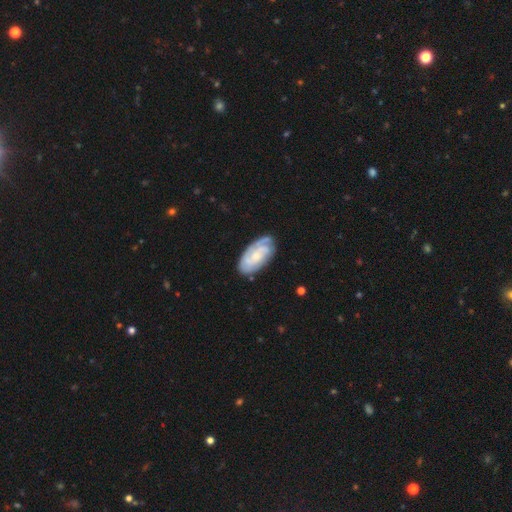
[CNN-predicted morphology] The model was most divided on "spiral arm count": can't tell: 35%, 3: 24%, 2: 23%, 4: 9%, 1: 5%, more than 4: 4%. More confident: edge-on disk — no (95%); spiral arms — yes (94%); merging — none (75%); smooth or featured — featured or disk (74%); bar — no (69%); spiral winding — tight (65%); bulge size — small (54%).